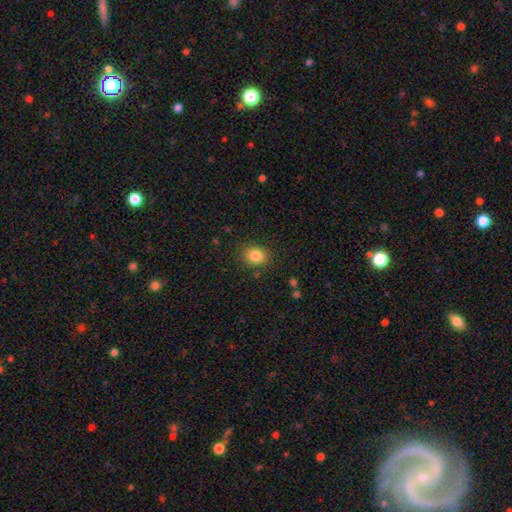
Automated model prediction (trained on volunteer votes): This is clearly a smooth galaxy (84%). How rounded: possibly round (56%). Merging: clearly none (85%).